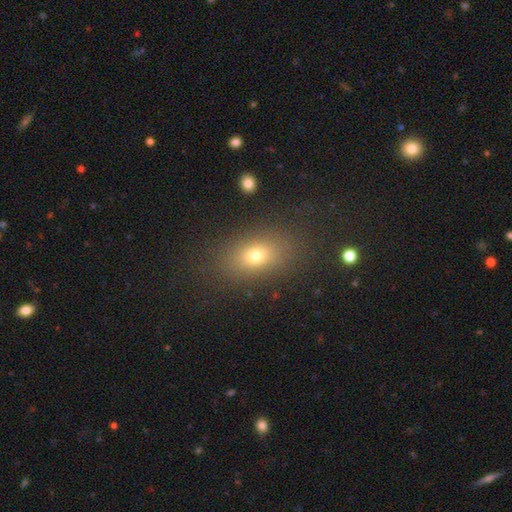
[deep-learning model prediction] Q: Smooth or featured?
A: smooth (71%); runner-up: star or artifact (15%)
Q: How rounded?
A: in between (78%); runner-up: round (18%)
Q: Merging?
A: none (83%); runner-up: minor disturbance (10%)